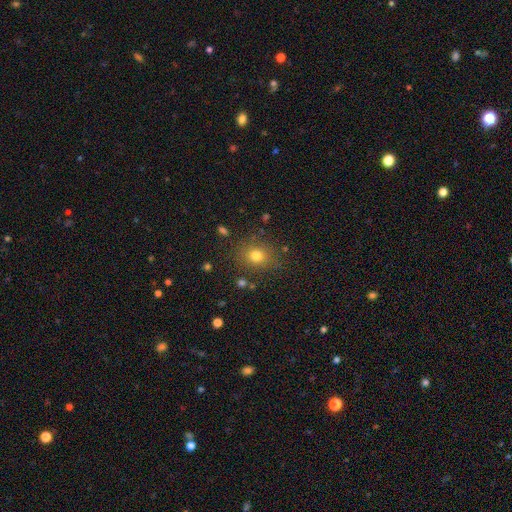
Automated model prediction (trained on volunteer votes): smooth 76%, star or artifact 15%, featured or disk 9%. Down the decision tree: how rounded — round (68%); merging — none (82%).